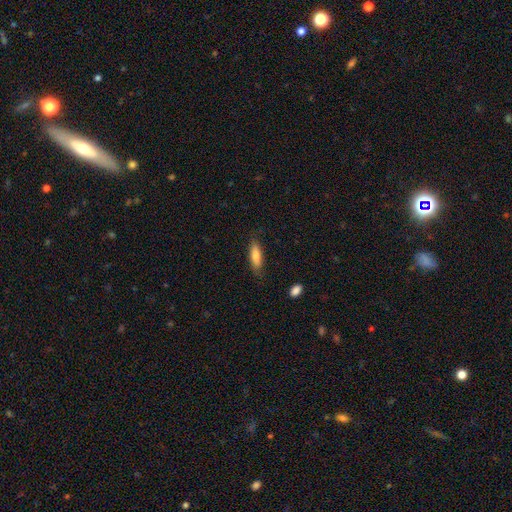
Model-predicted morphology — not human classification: The model was most divided on "how rounded": cigar-shaped: 52%, in between: 47%, round: 2%. More confident: merging — none (80%); smooth or featured — smooth (77%).